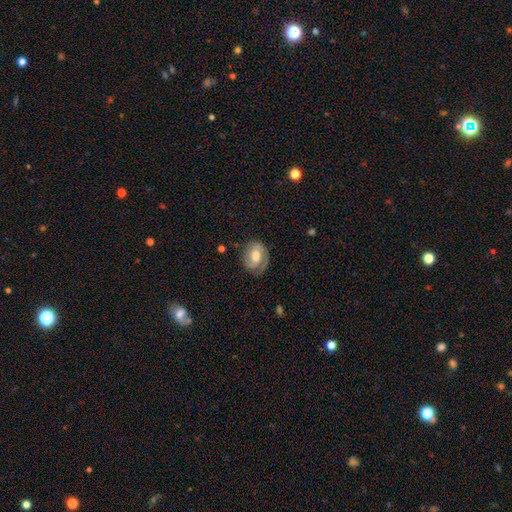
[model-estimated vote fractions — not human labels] smooth_or_featured: featured or disk (p=0.59) [alt: smooth p=0.35]
disk_edge_on: no (p=0.97) [alt: yes p=0.03]
bar: weak (p=0.44) [alt: no p=0.42]
has_spiral_arms: yes (p=0.81) [alt: no p=0.19]
bulge_size: moderate (p=0.52) [alt: large p=0.29]
merging: none (p=0.66) [alt: minor disturbance p=0.22]